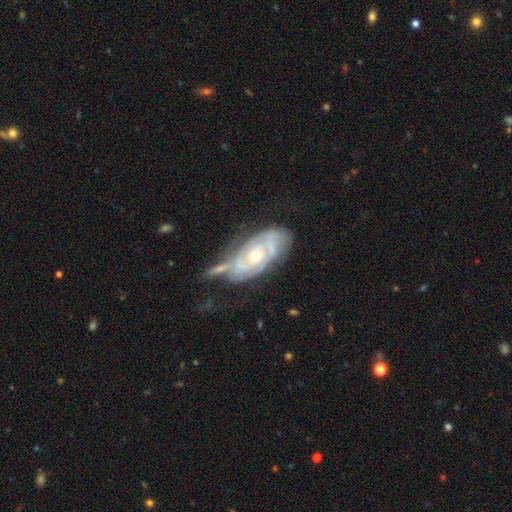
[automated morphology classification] smooth-or-featured: featured or disk: 83% | smooth: 11% | star or artifact: 6%
  disk-edge-on: no: 94% | yes: 6%
    bar: no: 73% | weak: 22% | strong: 6%
    has-spiral-arms: yes: 89% | no: 11%
      spiral-winding: tight: 66% | medium: 26% | loose: 8%
      spiral-arm-count: 2: 41% | can't tell: 37% | 3: 12% | 4: 4% | 1: 4% | more than 4: 3%
    bulge-size: small: 52% | moderate: 45% | large: 2% | none: 1% | dominant: 1%
  merging: none: 44% | minor disturbance: 27% | major disturbance: 15% | merger: 14%